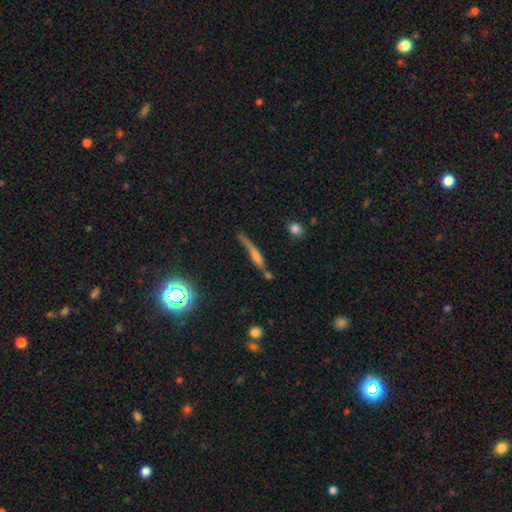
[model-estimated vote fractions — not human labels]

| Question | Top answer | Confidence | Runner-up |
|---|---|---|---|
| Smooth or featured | featured or disk | 46% | smooth (35%) |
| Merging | none | 63% | minor disturbance (21%) |